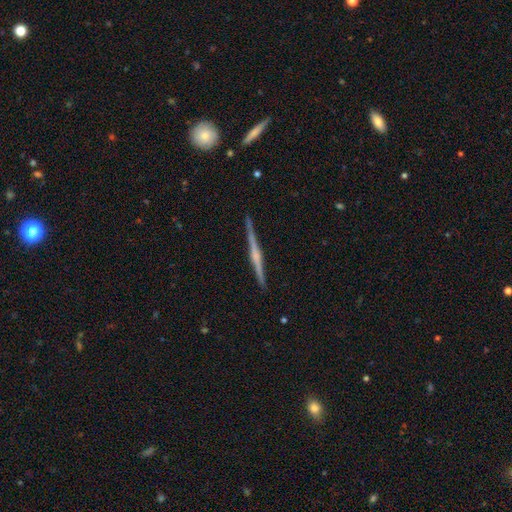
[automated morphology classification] Smooth or featured: featured or disk — 80% (smooth — 15%)
Edge-on disk: yes — 99% (no — 1%)
Edge-on bulge: rounded — 63% (none — 22%)
Merging: none — 92% (minor disturbance — 6%)